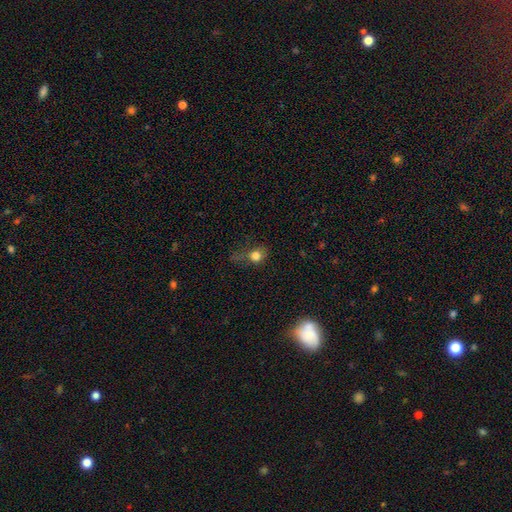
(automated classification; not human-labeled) The model was most divided on "merging": none: 41%, major disturbance: 27%, minor disturbance: 26%, merger: 5%. More confident: smooth or featured — smooth (74%); how rounded — round (69%).